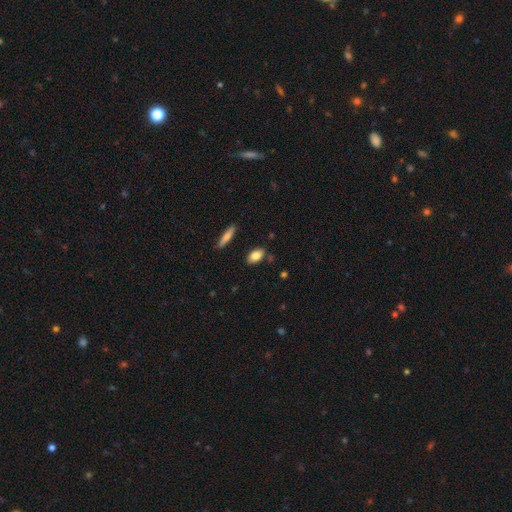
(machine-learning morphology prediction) Smooth or featured: smooth — 83% (featured or disk — 9%)
How rounded: in between — 86% (round — 7%)
Merging: none — 84% (minor disturbance — 11%)